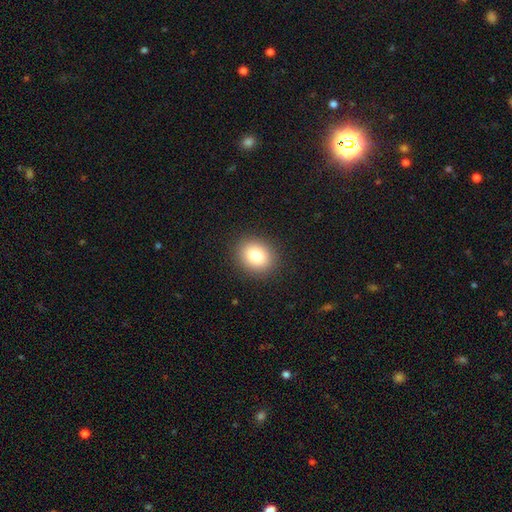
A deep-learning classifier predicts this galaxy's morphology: Smooth or featured?
  - smooth: 82% *
  - star or artifact: 10%
  - featured or disk: 8%
How rounded?
  - round: 55% *
  - in between: 44%
  - cigar-shaped: 1%
Merging?
  - none: 90% *
  - minor disturbance: 7%
  - major disturbance: 2%
  - merger: 1%